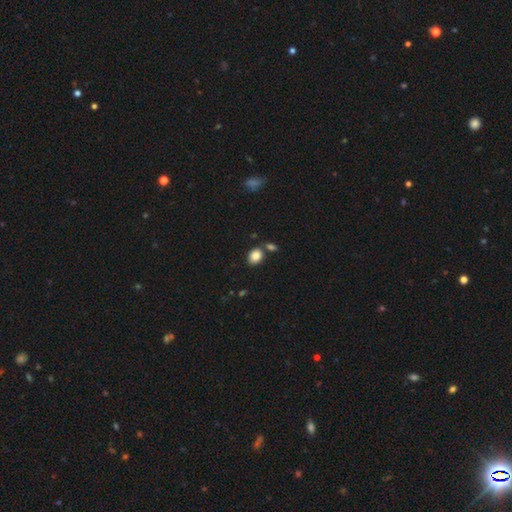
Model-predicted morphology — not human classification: Q: Smooth or featured?
A: smooth (87%); runner-up: star or artifact (9%)
Q: How rounded?
A: in between (68%); runner-up: round (31%)
Q: Merging?
A: none (68%); runner-up: merger (16%)